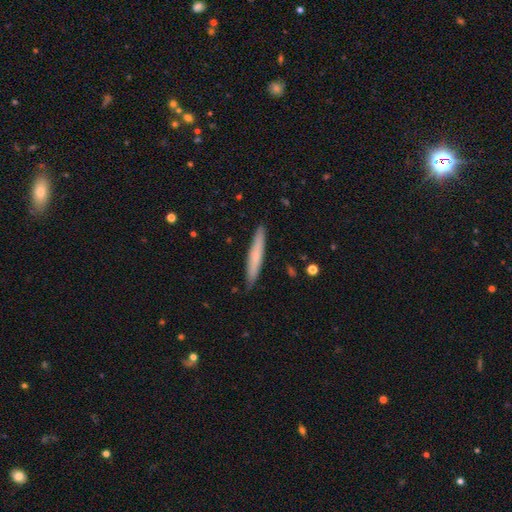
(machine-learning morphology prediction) smooth-or-featured: smooth: 69% | featured or disk: 25% | star or artifact: 6%
  how-rounded: cigar-shaped: 95% | in between: 3% | round: 1%
  merging: none: 90% | minor disturbance: 7% | major disturbance: 1% | merger: 1%